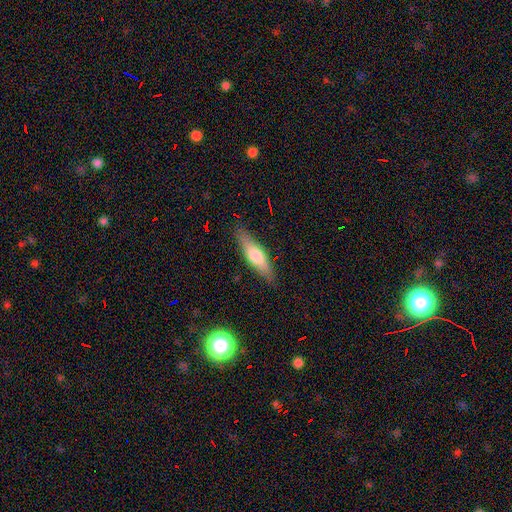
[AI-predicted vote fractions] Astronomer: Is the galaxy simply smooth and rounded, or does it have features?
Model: smooth — 61%.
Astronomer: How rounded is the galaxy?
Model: cigar-shaped — 65%.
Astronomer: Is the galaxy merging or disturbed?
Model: none — 85%.